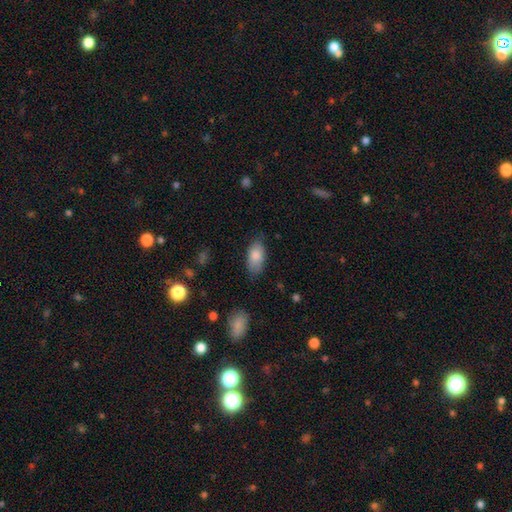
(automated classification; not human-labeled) smooth 83%, featured or disk 11%, star or artifact 7%. Down the decision tree: how rounded — in between (91%); merging — none (74%).